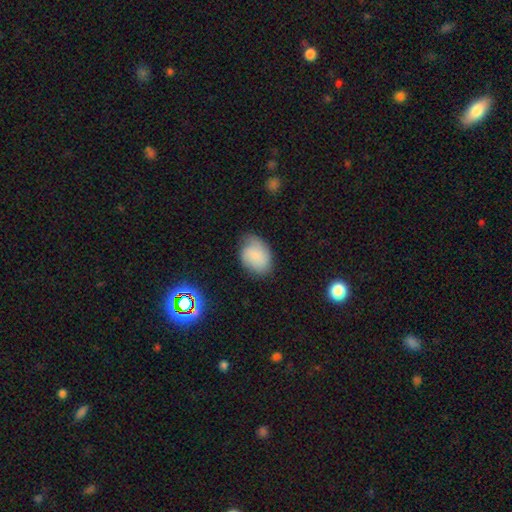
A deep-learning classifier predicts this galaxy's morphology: A smooth galaxy with no disk features (68%) that is in between round and cigar-shaped (75%). Merging: none (61%).